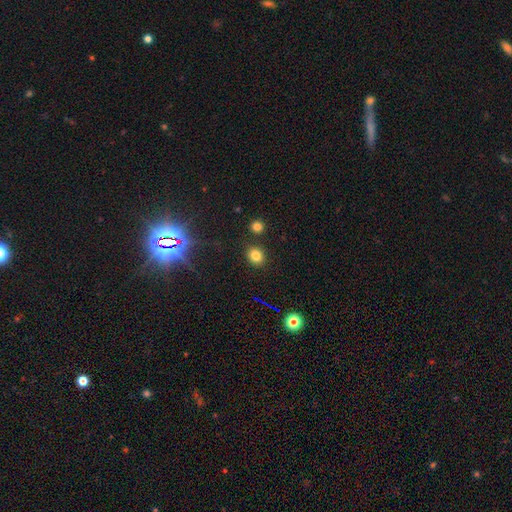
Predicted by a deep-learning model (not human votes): Smooth or featured? smooth (80%)
How rounded? round (66%)
Merging? none (85%)